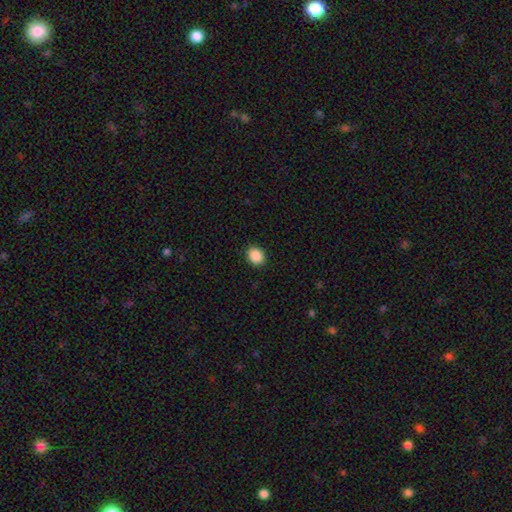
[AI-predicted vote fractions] The model was most divided on "how rounded": round: 61%, in between: 38%, cigar-shaped: 1%. More confident: merging — none (91%); smooth or featured — smooth (89%).